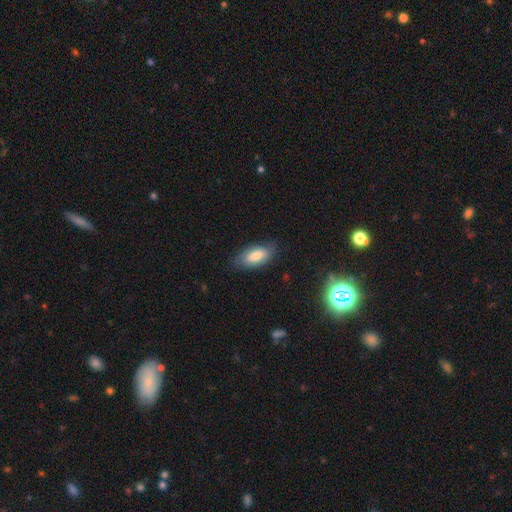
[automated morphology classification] A smooth galaxy with no disk features (78%) that is in between round and cigar-shaped (87%). Merging: none (76%).